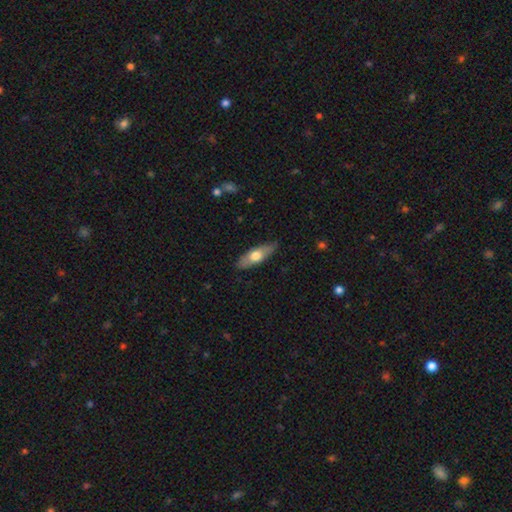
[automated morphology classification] Smooth or featured? smooth (59%)
How rounded? in between (59%)
Merging? none (84%)